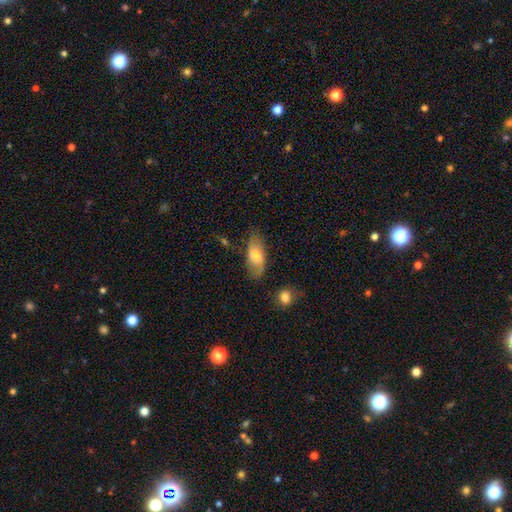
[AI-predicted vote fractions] Smooth or featured?
  - smooth: 70% *
  - featured or disk: 24%
  - star or artifact: 7%
How rounded?
  - in between: 87% *
  - cigar-shaped: 9%
  - round: 3%
Merging?
  - none: 68% *
  - minor disturbance: 22%
  - major disturbance: 6%
  - merger: 3%